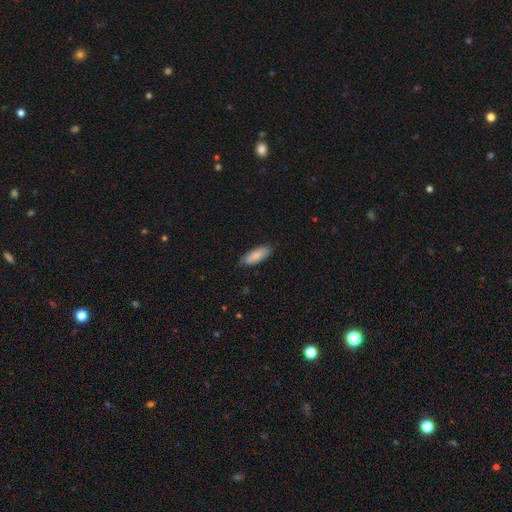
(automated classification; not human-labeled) A smooth galaxy with no disk features (83%) that is in between round and cigar-shaped (68%). Merging: none (73%).